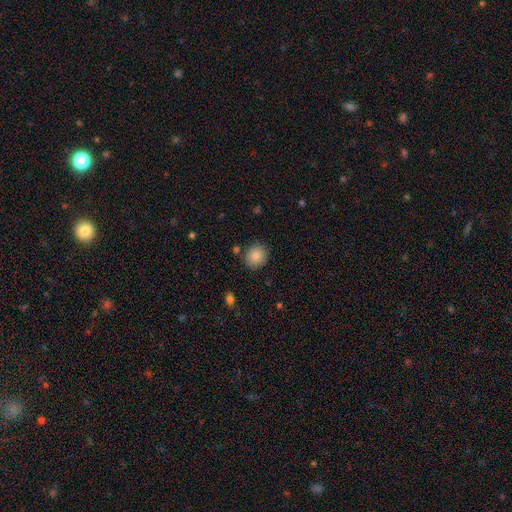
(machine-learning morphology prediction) A smooth galaxy with no disk features (86%) that is round (76%).

Vote fractions:
- Smooth or featured? smooth: 86% / star or artifact: 9% / featured or disk: 6%
- How rounded? round: 76% / in between: 23% / cigar-shaped: 1%
- Merging? none: 84% / minor disturbance: 10% / merger: 3% / major disturbance: 3%